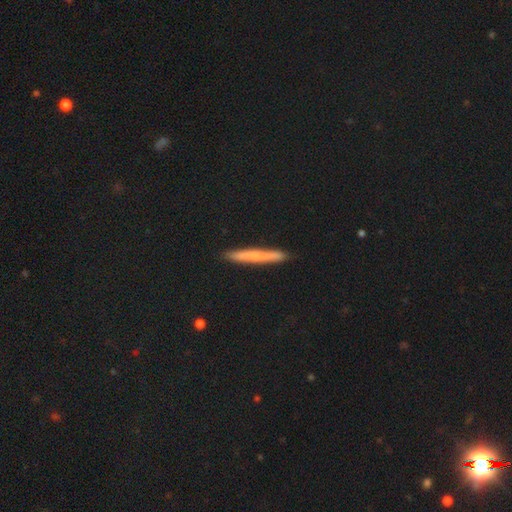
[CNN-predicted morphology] type=smooth (59%); roundness=cigar-shaped (96%); merging=none (91%).